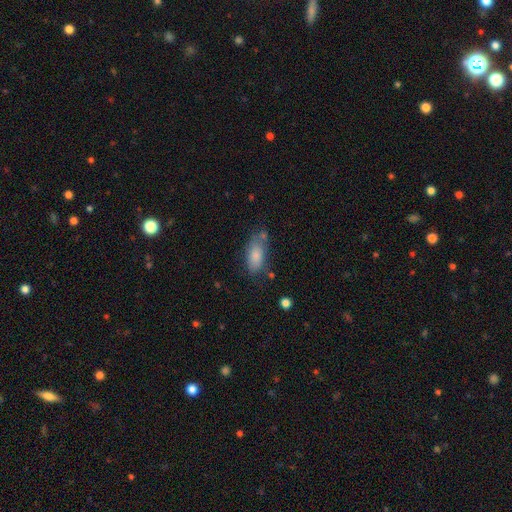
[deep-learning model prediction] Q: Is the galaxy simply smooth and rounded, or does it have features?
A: smooth — 83%.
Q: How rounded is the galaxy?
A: in between — 88%.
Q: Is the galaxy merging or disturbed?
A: none — 61%.